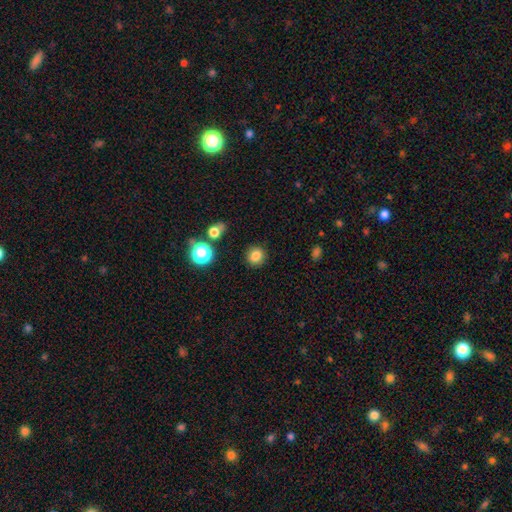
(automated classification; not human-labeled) Smooth or featured? Predicted: smooth (p=0.82). How rounded? Predicted: round (p=0.90). Merging? Predicted: none (p=0.89).